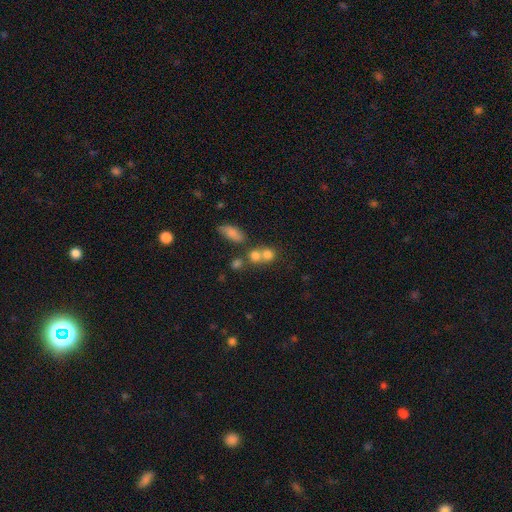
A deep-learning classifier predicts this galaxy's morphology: smooth 74%, star or artifact 13%, featured or disk 12%. Down the decision tree: how rounded — round (75%); merging — merger (49%).